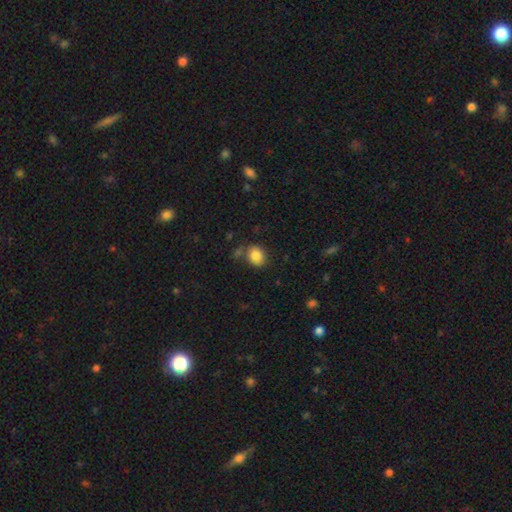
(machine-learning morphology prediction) Q: Smooth or featured?
A: smooth (85%); runner-up: star or artifact (9%)
Q: How rounded?
A: round (56%); runner-up: in between (43%)
Q: Merging?
A: none (71%); runner-up: minor disturbance (14%)